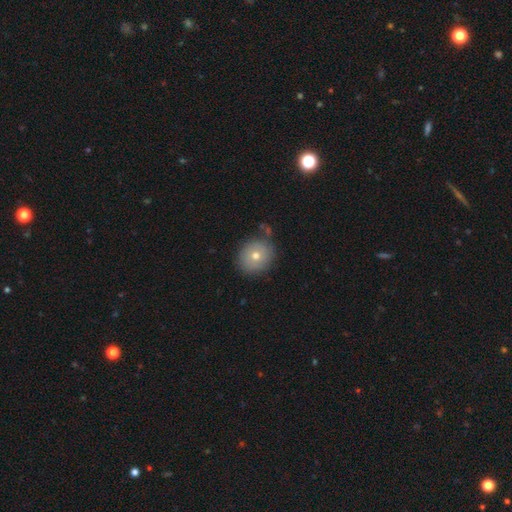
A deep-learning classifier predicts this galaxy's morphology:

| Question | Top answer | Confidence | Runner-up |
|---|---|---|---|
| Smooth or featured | smooth | 67% | featured or disk (22%) |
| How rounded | round | 84% | in between (15%) |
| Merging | none | 78% | minor disturbance (14%) |